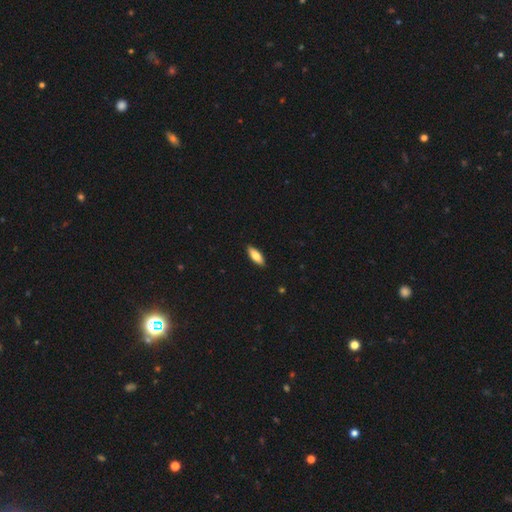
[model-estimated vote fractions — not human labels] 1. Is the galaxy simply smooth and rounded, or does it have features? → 76% smooth, 18% featured or disk, 6% star or artifact.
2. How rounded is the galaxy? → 73% in between, 25% cigar-shaped, 2% round.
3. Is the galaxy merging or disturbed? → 90% none, 8% minor disturbance, 1% major disturbance, 1% merger.